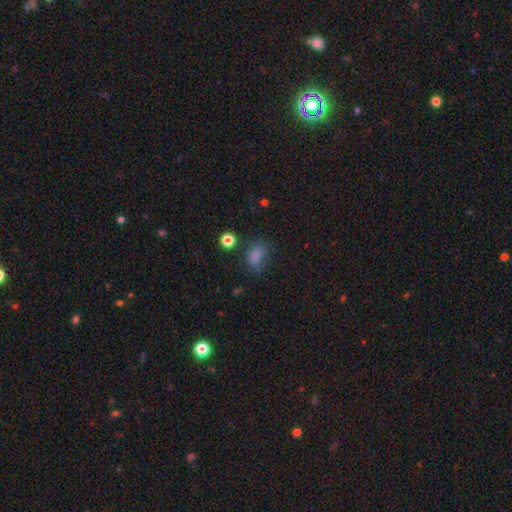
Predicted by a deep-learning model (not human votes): Smooth or featured: smooth — 78% (star or artifact — 15%)
How rounded: in between — 68% (round — 30%)
Merging: none — 60% (minor disturbance — 23%)